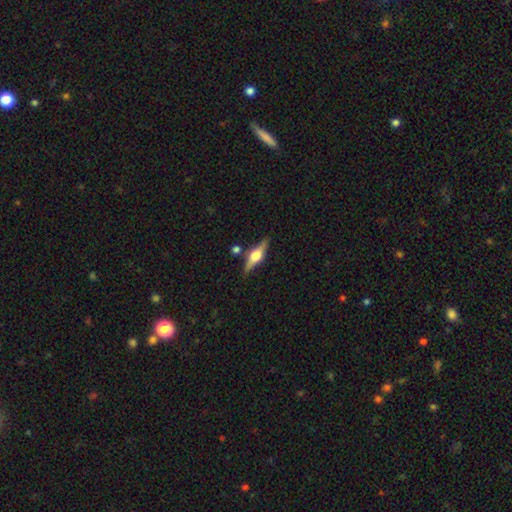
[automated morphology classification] This is likely a featured or disk galaxy (74%). It is clearly viewed edge-on (97%). Edge-on bulge: clearly rounded (94%). Merging: clearly none (83%).